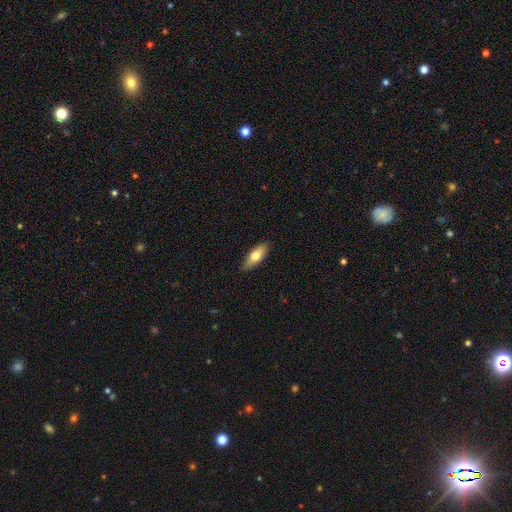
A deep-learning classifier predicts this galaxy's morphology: Smooth or featured? Predicted: smooth (p=0.69). How rounded? Predicted: in between (p=0.68). Merging? Predicted: none (p=0.85).